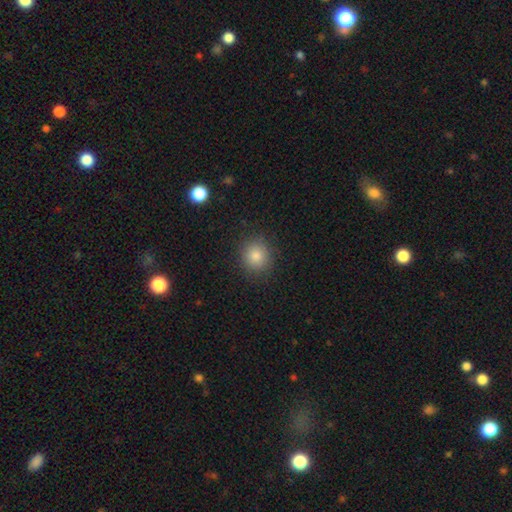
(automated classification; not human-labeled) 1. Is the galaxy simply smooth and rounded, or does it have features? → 83% smooth, 11% star or artifact, 5% featured or disk.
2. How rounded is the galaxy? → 86% round, 13% in between, 1% cigar-shaped.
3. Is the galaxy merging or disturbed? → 89% none, 7% minor disturbance, 3% major disturbance, 1% merger.